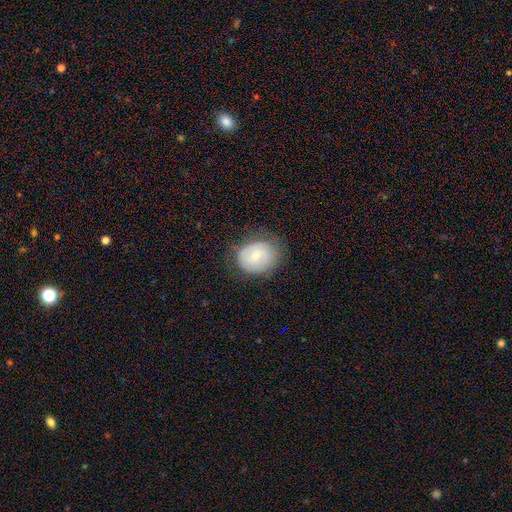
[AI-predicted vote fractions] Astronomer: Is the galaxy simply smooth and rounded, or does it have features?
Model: smooth — 63%.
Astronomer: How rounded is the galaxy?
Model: round — 54% (runner-up: in between, 45%).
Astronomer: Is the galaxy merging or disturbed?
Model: none — 67%.